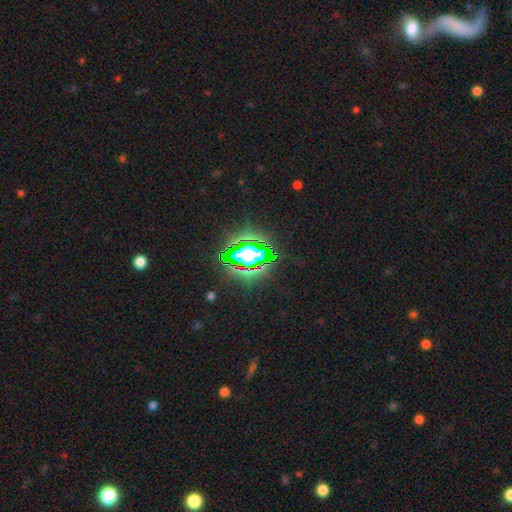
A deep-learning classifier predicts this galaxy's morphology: Q: Smooth or featured?
A: star or artifact (79%); runner-up: smooth (12%)